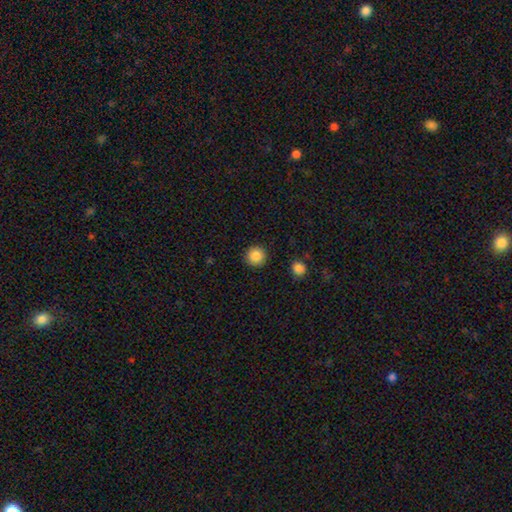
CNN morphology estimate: A smooth galaxy with no disk features (87%) that is round (95%).

Vote fractions:
- Smooth or featured? smooth: 87% / star or artifact: 9% / featured or disk: 4%
- How rounded? round: 95% / in between: 4% / cigar-shaped: 1%
- Merging? none: 92% / minor disturbance: 5% / major disturbance: 2% / merger: 1%